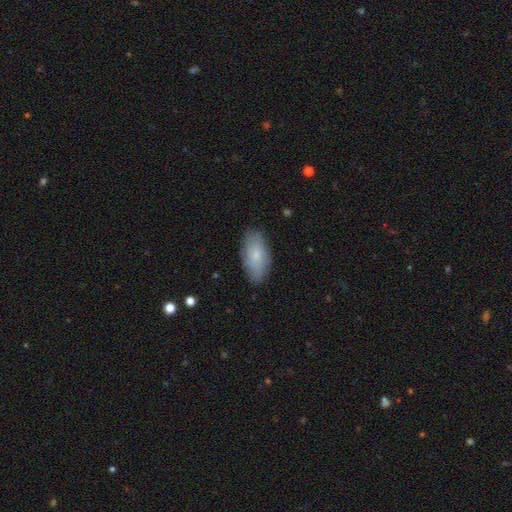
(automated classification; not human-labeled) smooth 76%, featured or disk 18%, star or artifact 6%. Down the decision tree: how rounded — in between (91%); merging — none (82%).